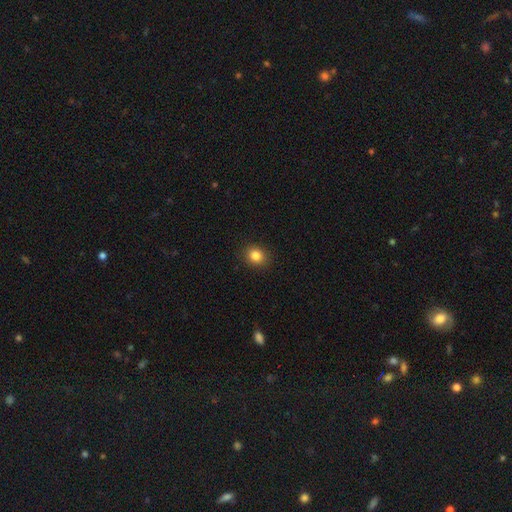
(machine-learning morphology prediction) A smooth galaxy with no disk features (83%) that is round (68%).

Vote fractions:
- Smooth or featured? smooth: 83% / star or artifact: 11% / featured or disk: 6%
- How rounded? round: 68% / in between: 31% / cigar-shaped: 1%
- Merging? none: 90% / minor disturbance: 7% / major disturbance: 2% / merger: 1%